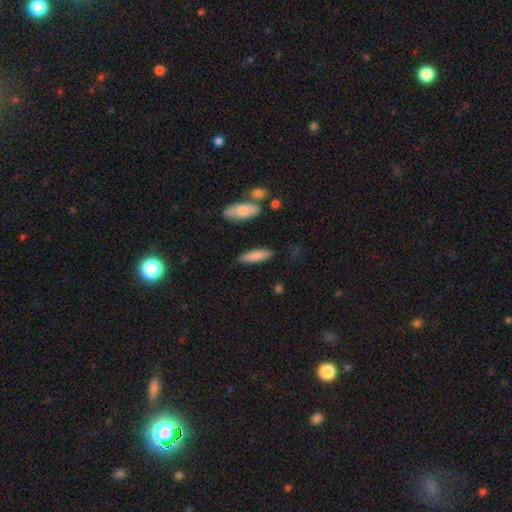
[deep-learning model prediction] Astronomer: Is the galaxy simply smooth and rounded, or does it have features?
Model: smooth — 83%.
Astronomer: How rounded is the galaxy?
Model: cigar-shaped — 58% (runner-up: in between, 40%).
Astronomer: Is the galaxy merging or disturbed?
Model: none — 84%.